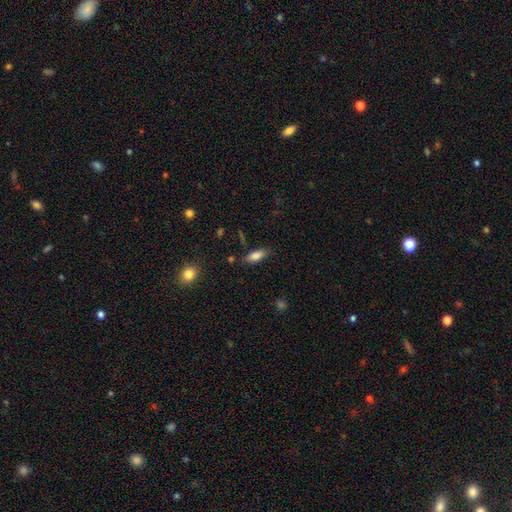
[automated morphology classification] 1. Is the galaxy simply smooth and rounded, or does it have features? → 82% smooth, 10% featured or disk, 8% star or artifact.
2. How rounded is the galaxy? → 78% in between, 19% cigar-shaped, 3% round.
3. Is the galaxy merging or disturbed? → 77% none, 16% minor disturbance, 4% major disturbance, 3% merger.